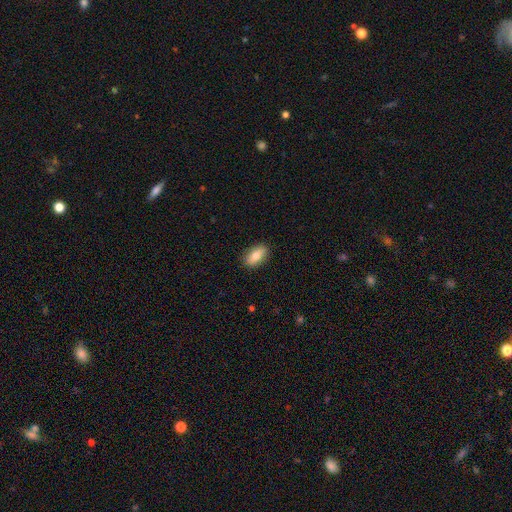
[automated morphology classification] smooth_or_featured: smooth (p=0.82) [alt: featured or disk p=0.12]
how_rounded: in between (p=0.89) [alt: cigar-shaped p=0.07]
merging: none (p=0.88) [alt: minor disturbance p=0.09]